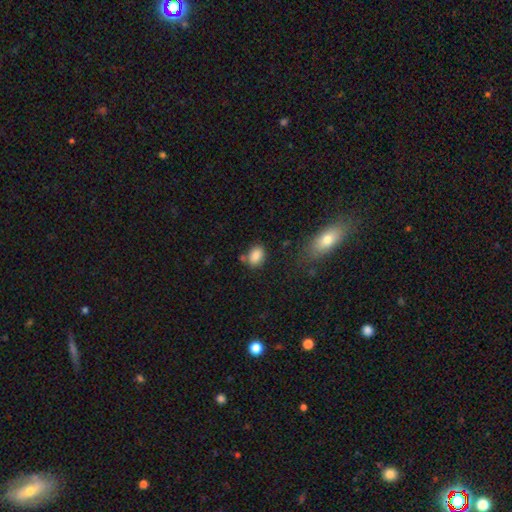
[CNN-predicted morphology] This is clearly a smooth galaxy (85%). How rounded: likely in between (76%). Merging: likely none (67%).